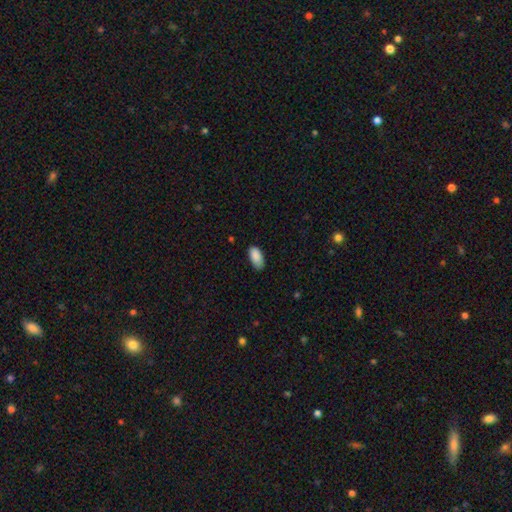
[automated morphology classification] This appears to be a smooth galaxy with no disk features (89%) that is in between round and cigar-shaped (93%). Merging: none (77%).